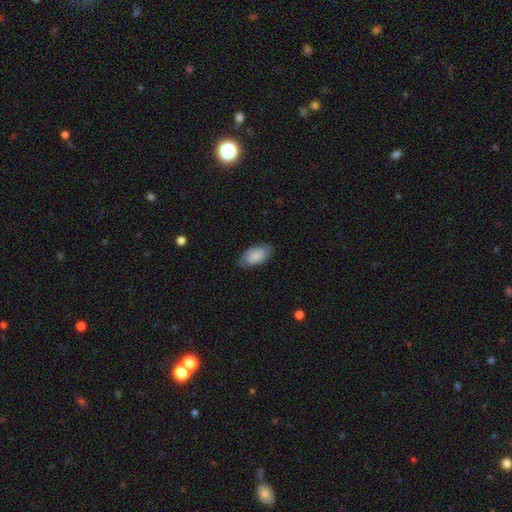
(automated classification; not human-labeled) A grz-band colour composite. It shows a smooth galaxy with no disk features (77%) that is in between round and cigar-shaped (94%). Merging: none (79%).